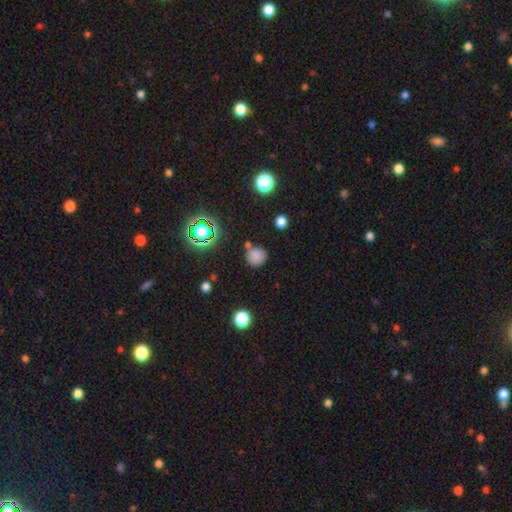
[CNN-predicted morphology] smooth 76%, star or artifact 18%, featured or disk 6%. Down the decision tree: how rounded — round (90%); merging — none (74%).